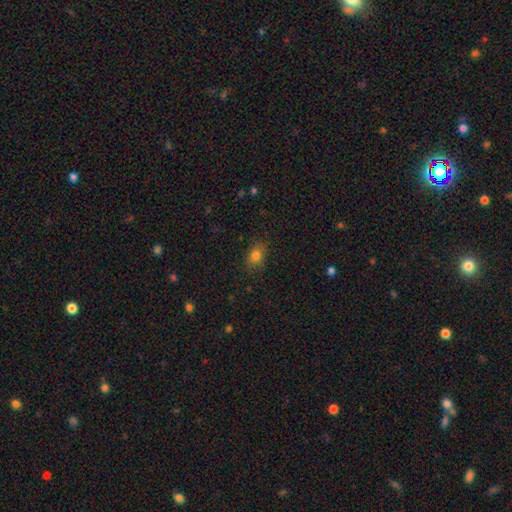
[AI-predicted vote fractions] Smooth or featured? smooth (80%)
How rounded? in between (71%)
Merging? none (82%)